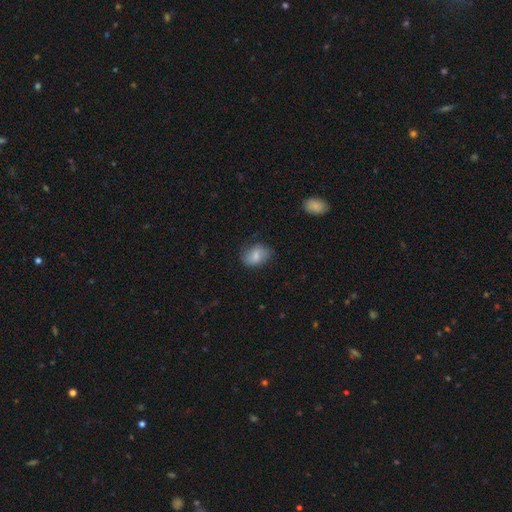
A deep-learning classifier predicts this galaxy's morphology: The model was most divided on "merging": none: 68%, minor disturbance: 24%, major disturbance: 7%, merger: 1%. More confident: smooth or featured — smooth (75%); how rounded — in between (74%).